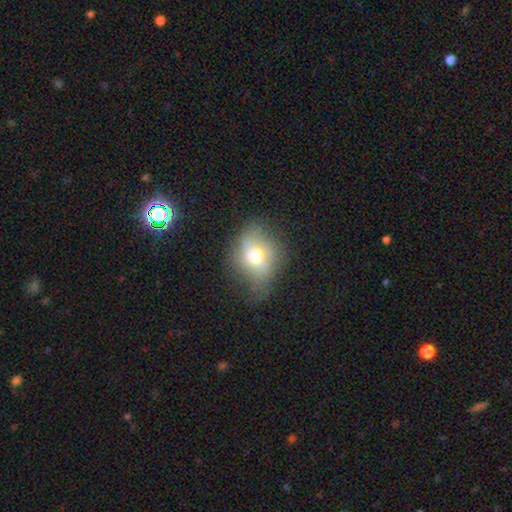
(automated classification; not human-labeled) Smooth or featured? smooth (64%)
How rounded? round (54%)
Merging? none (48%)